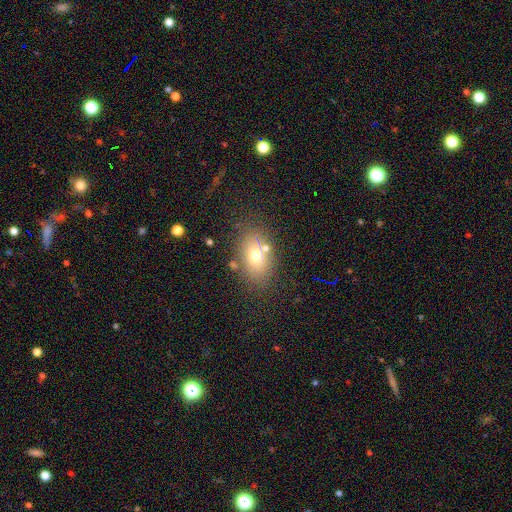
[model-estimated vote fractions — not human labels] This appears to be a smooth galaxy with no disk features (68%) that is in between round and cigar-shaped (78%). Merging: none (74%).